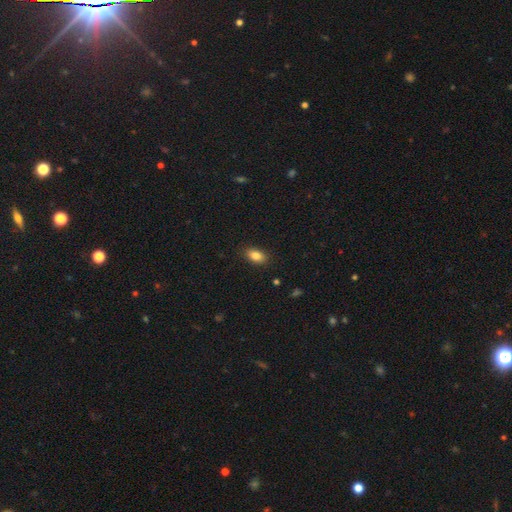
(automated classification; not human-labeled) Smooth or featured? Predicted: smooth (p=0.86). How rounded? Predicted: in between (p=0.88). Merging? Predicted: none (p=0.88).